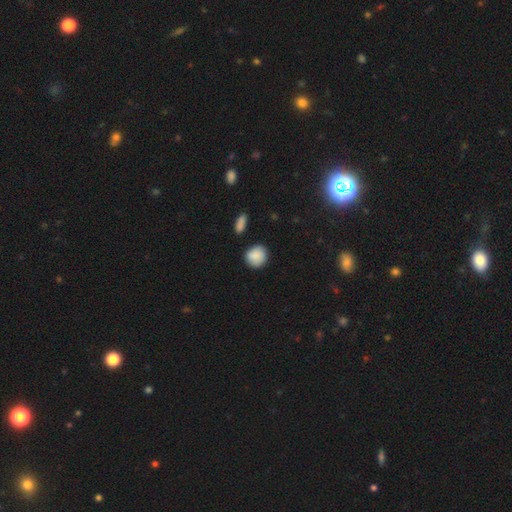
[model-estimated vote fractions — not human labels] smooth-or-featured: smooth: 87% | star or artifact: 7% | featured or disk: 6%
  how-rounded: round: 85% | in between: 14% | cigar-shaped: 1%
  merging: none: 80% | minor disturbance: 13% | merger: 4% | major disturbance: 3%